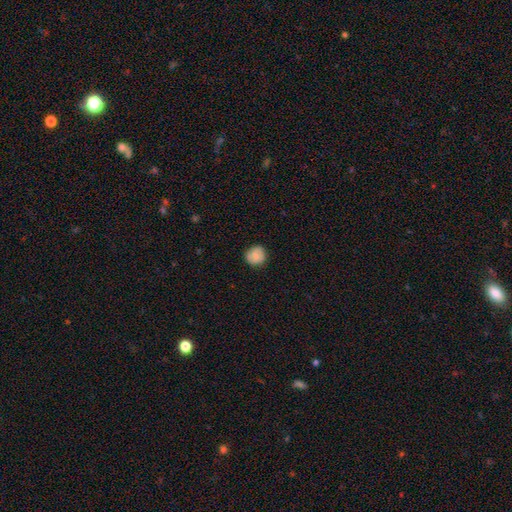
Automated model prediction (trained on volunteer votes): smooth 79%, featured or disk 13%, star or artifact 8%. Down the decision tree: how rounded — round (89%); merging — none (85%).